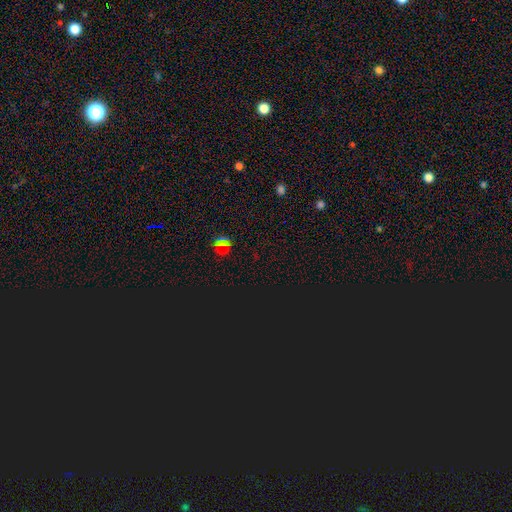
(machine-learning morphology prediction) Smooth or featured?
  - star or artifact: 75% *
  - smooth: 18%
  - featured or disk: 7%